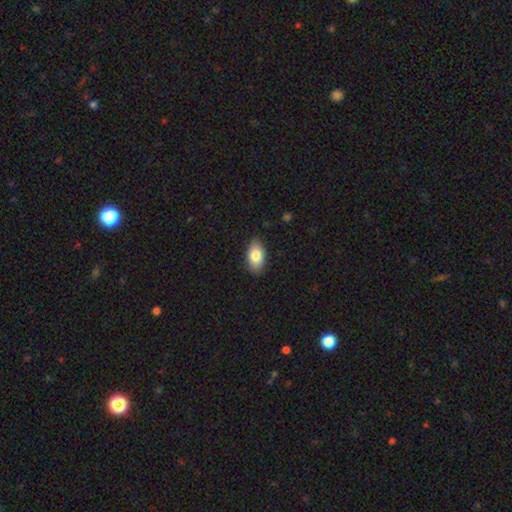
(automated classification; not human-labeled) Morphology: type=smooth (83%); roundness=in between (93%); merging=none (86%).